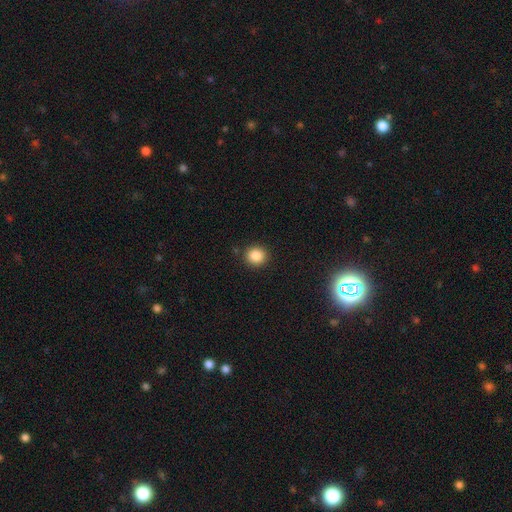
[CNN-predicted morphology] This appears to be a smooth galaxy with no disk features (86%) that is round (88%). Merging: none (89%).